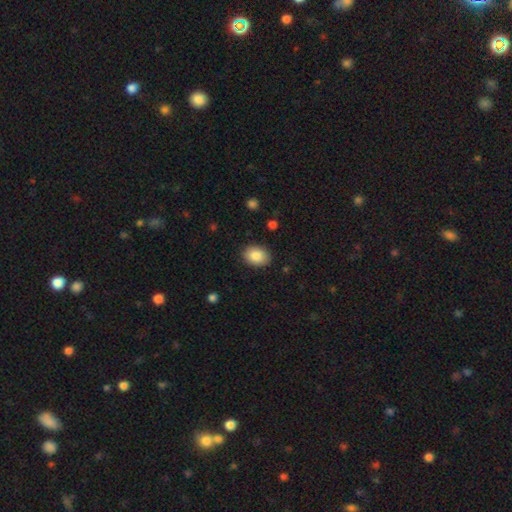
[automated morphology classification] type=smooth (88%); roundness=in between (72%); merging=none (87%).